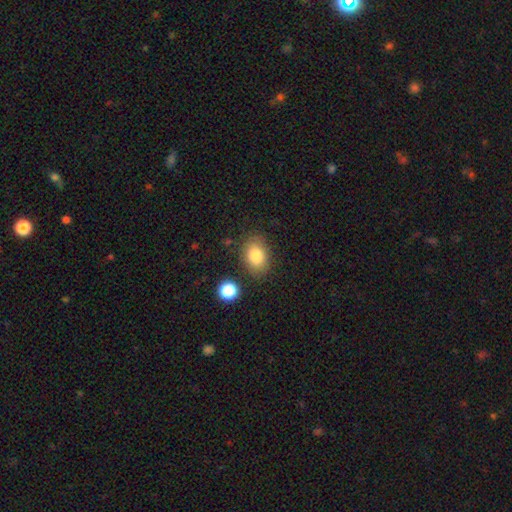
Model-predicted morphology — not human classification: This is clearly a smooth galaxy (83%). How rounded: likely in between (78%). Merging: likely none (79%).